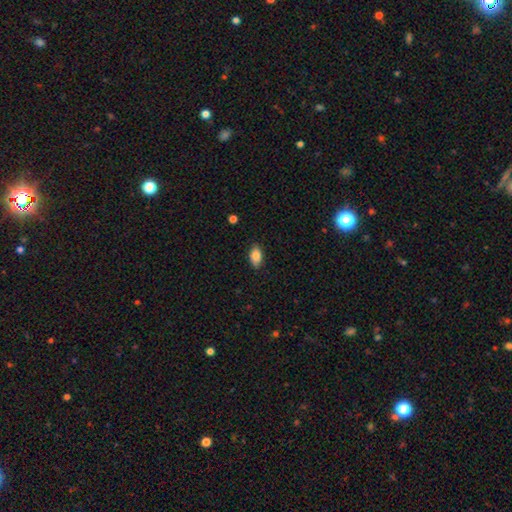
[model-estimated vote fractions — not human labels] A smooth galaxy with no disk features (84%) that is in between round and cigar-shaped (90%). Merging: none (85%).